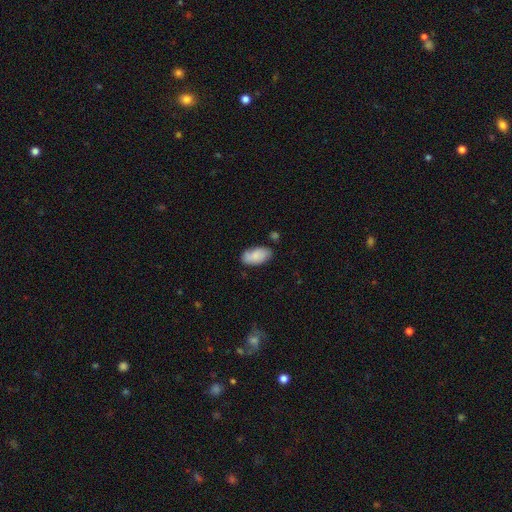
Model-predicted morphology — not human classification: smooth_or_featured: smooth (p=0.82) [alt: featured or disk p=0.12]
how_rounded: in between (p=0.94) [alt: cigar-shaped p=0.03]
merging: none (p=0.72) [alt: minor disturbance p=0.20]